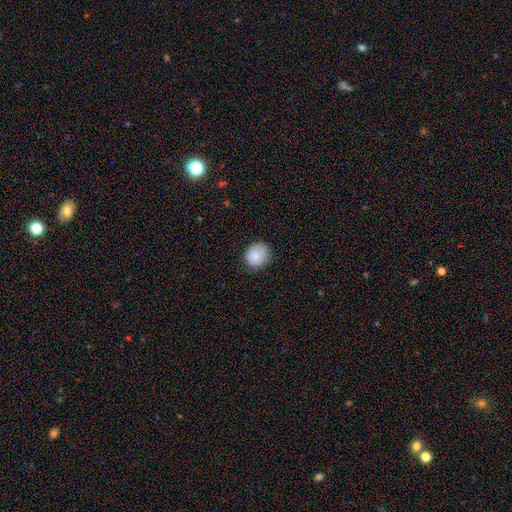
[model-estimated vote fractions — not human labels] Q: Smooth or featured?
A: smooth (83%); runner-up: featured or disk (9%)
Q: How rounded?
A: round (78%); runner-up: in between (21%)
Q: Merging?
A: none (78%); runner-up: minor disturbance (17%)